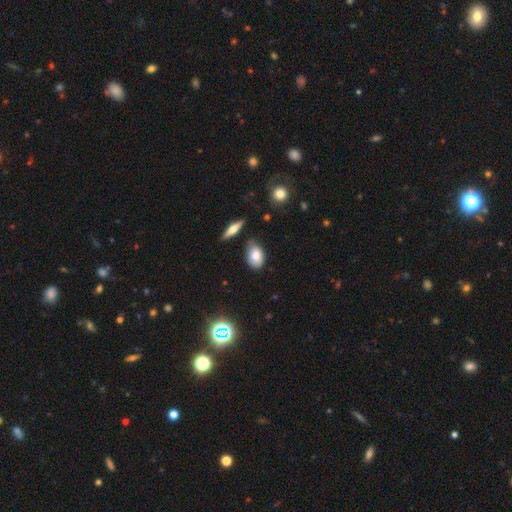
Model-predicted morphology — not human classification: Q: Smooth or featured?
A: smooth (79%); runner-up: featured or disk (13%)
Q: How rounded?
A: in between (87%); runner-up: round (11%)
Q: Merging?
A: none (75%); runner-up: minor disturbance (17%)